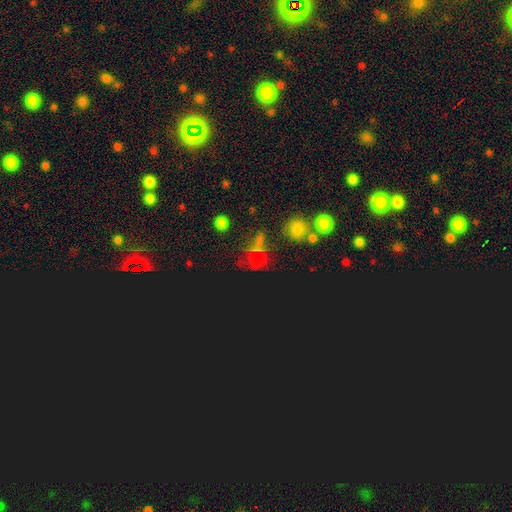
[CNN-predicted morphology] Q: Smooth or featured?
A: star or artifact (54%); runner-up: smooth (32%)